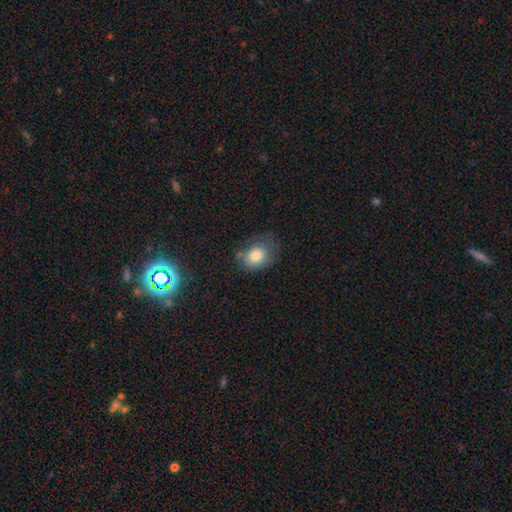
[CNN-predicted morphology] A smooth galaxy with no disk features (80%) that is in between round and cigar-shaped (57%). Merging: none (54%).